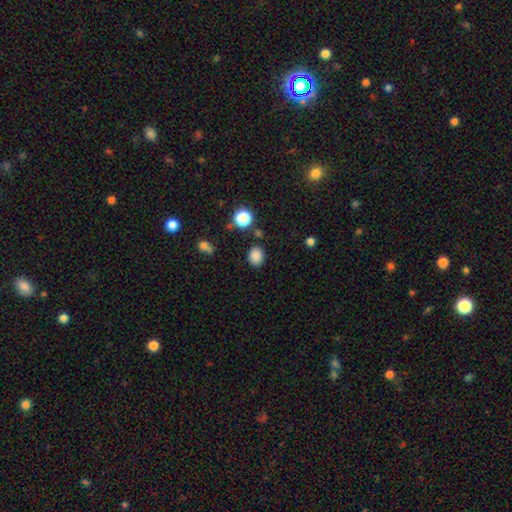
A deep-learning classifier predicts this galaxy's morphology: Smooth or featured: smooth — 84% (star or artifact — 12%)
How rounded: round — 59% (in between — 40%)
Merging: none — 83% (minor disturbance — 10%)